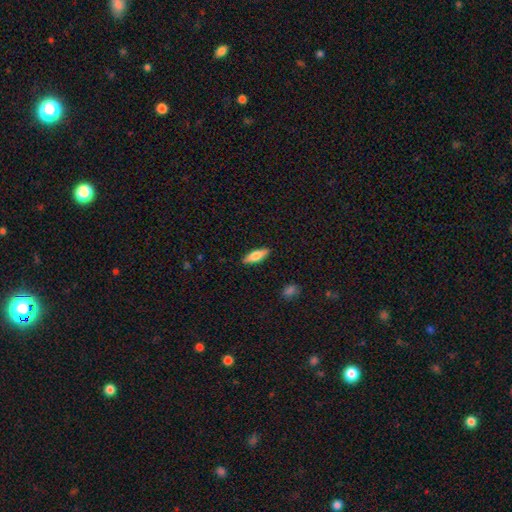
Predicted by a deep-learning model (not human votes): The model was most divided on "how rounded": in between: 53%, cigar-shaped: 45%, round: 2%. More confident: merging — none (89%); smooth or featured — smooth (70%).